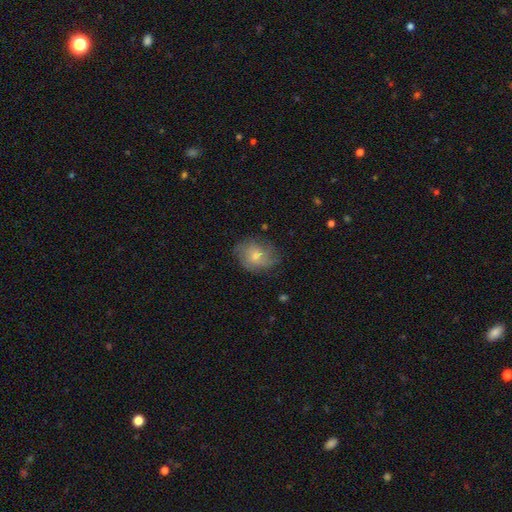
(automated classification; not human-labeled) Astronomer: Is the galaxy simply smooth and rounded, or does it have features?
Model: smooth — 50% (runner-up: featured or disk, 39%).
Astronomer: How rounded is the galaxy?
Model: round — 50% (runner-up: in between, 49%).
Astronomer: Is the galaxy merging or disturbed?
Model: none — 71%.